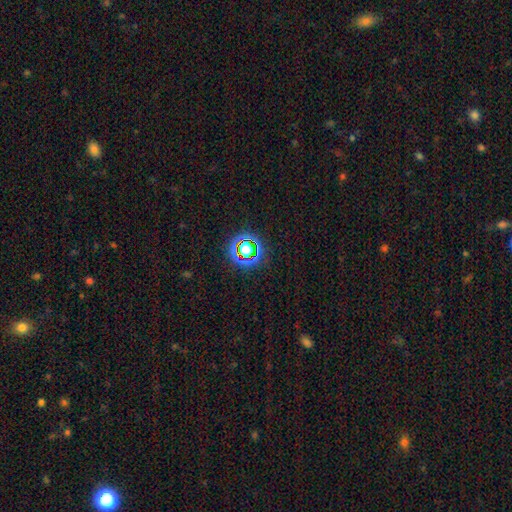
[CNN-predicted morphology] Smooth or featured? star or artifact (70%)